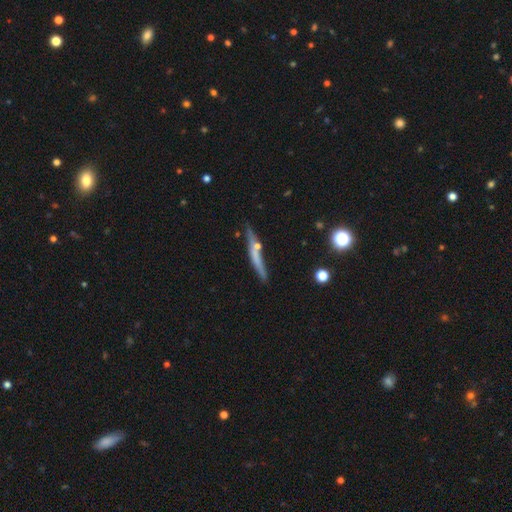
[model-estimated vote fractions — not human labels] A featured or disk galaxy (47%). Merging: none (73%).